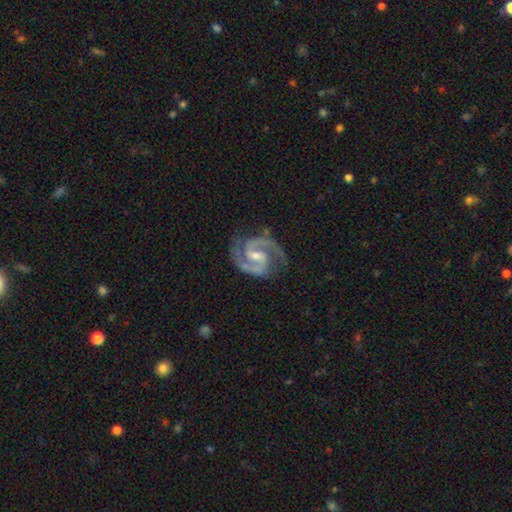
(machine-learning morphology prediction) Smooth or featured: featured or disk — 94% (star or artifact — 4%)
Edge-on disk: no — 98% (yes — 2%)
Bar: weak — 49% (strong — 30%)
Spiral arms: yes — 99% (no — 1%)
Spiral winding: medium — 61% (tight — 32%)
Spiral arm count: 2 — 94% (3 — 2%)
Bulge size: small — 49% (moderate — 45%)
Merging: none — 81% (minor disturbance — 14%)